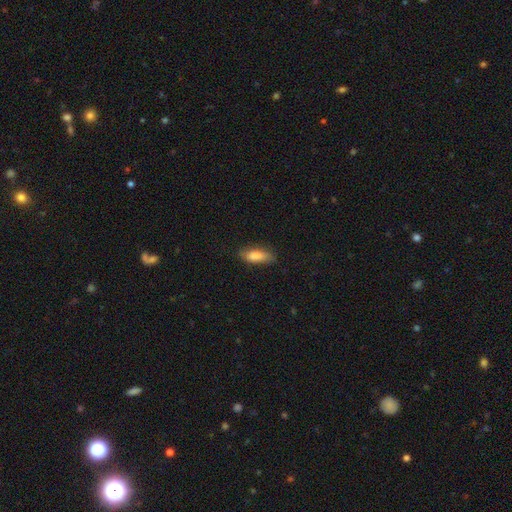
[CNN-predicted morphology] This is clearly a smooth galaxy (85%). How rounded: likely in between (73%). Merging: likely none (76%).